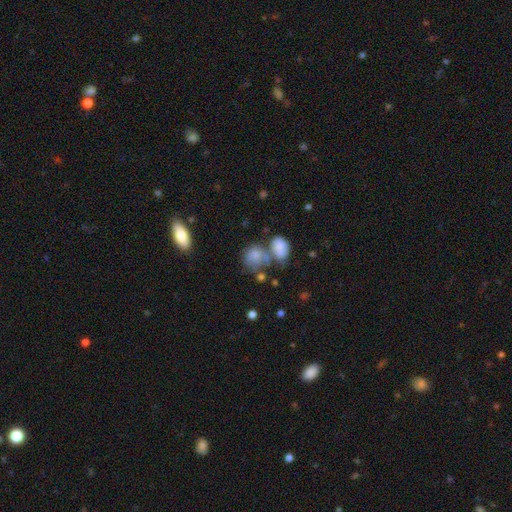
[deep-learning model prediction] Q: Smooth or featured?
A: smooth (72%); runner-up: featured or disk (18%)
Q: How rounded?
A: round (65%); runner-up: in between (34%)
Q: Merging?
A: merger (41%); runner-up: none (34%)